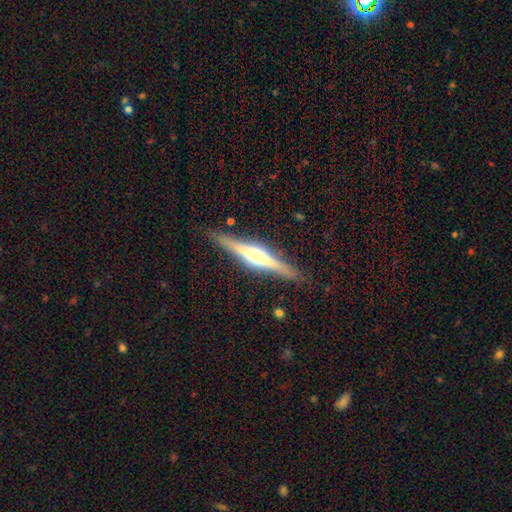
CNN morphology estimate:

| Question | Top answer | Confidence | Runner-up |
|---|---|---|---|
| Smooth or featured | featured or disk | 79% | smooth (16%) |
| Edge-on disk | yes | 98% | no (2%) |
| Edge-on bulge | rounded | 78% | boxy (16%) |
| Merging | none | 90% | minor disturbance (7%) |